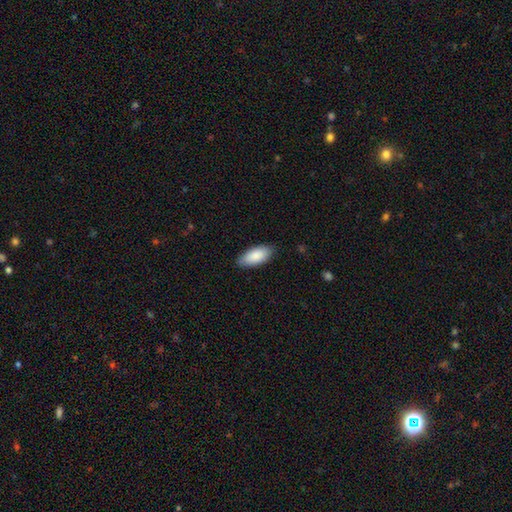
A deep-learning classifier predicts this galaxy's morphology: Smooth or featured: smooth — 87% (featured or disk — 7%)
How rounded: in between — 90% (cigar-shaped — 8%)
Merging: none — 84% (minor disturbance — 13%)